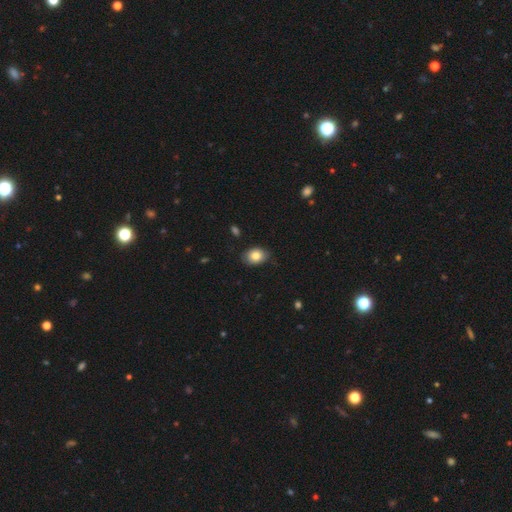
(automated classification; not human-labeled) This is clearly a smooth galaxy (81%). How rounded: likely in between (76%). Merging: clearly none (81%).